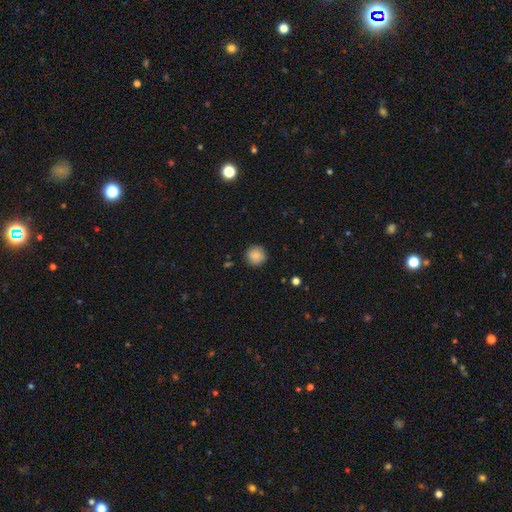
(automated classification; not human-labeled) smooth-or-featured: smooth: 87% | star or artifact: 8% | featured or disk: 4%
  how-rounded: round: 94% | in between: 5% | cigar-shaped: 1%
  merging: none: 90% | minor disturbance: 7% | major disturbance: 2% | merger: 1%